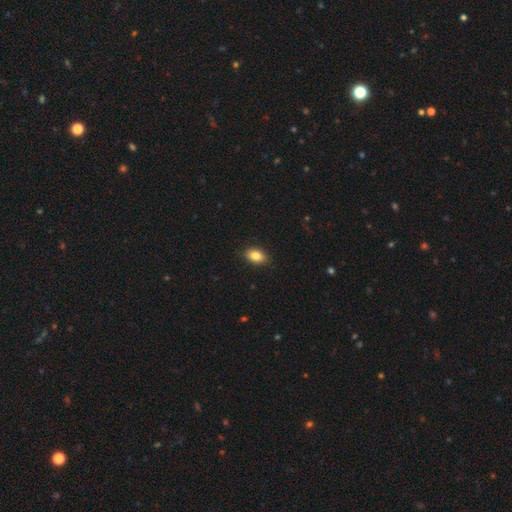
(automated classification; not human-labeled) Morphology: type=smooth (85%); roundness=in between (89%); merging=none (89%).